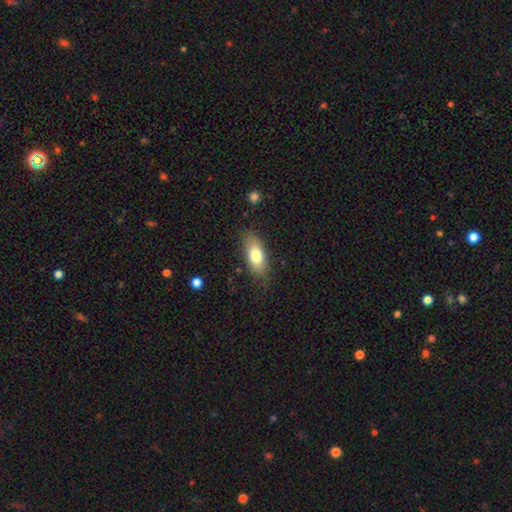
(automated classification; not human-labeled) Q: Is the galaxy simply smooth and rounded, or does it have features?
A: smooth — 75%.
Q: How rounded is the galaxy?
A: in between — 80%.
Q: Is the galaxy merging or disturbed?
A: none — 78%.